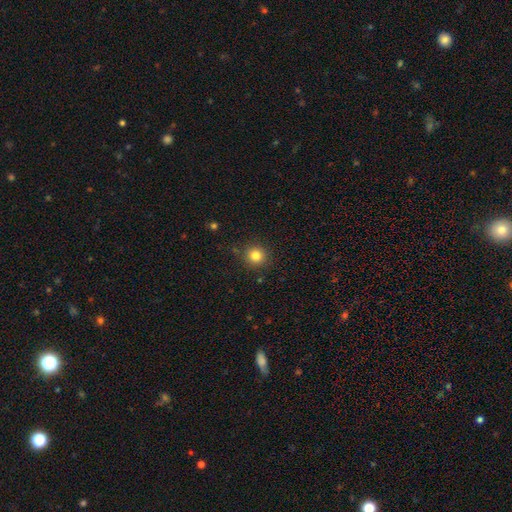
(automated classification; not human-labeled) smooth-or-featured: smooth: 82% | star or artifact: 12% | featured or disk: 6%
  how-rounded: round: 93% | in between: 6% | cigar-shaped: 1%
  merging: none: 88% | minor disturbance: 8% | major disturbance: 2% | merger: 2%